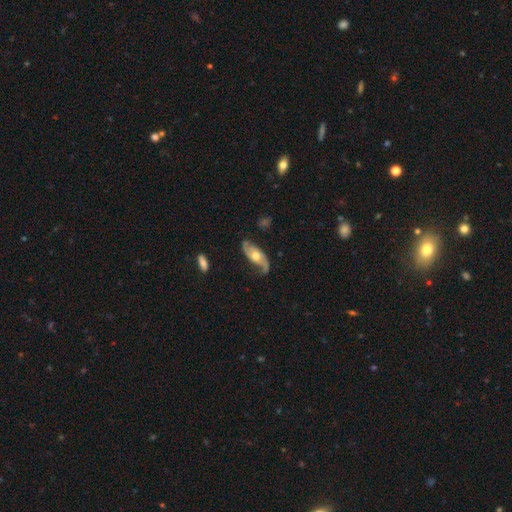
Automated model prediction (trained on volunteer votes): Morphology: type=featured or disk (80%); edge-on=no (91%); bar=no (69%); spiral arms=yes (93%); winding=loose (46%); arm count=2 (87%); bulge=moderate (71%); merging=none (69%).